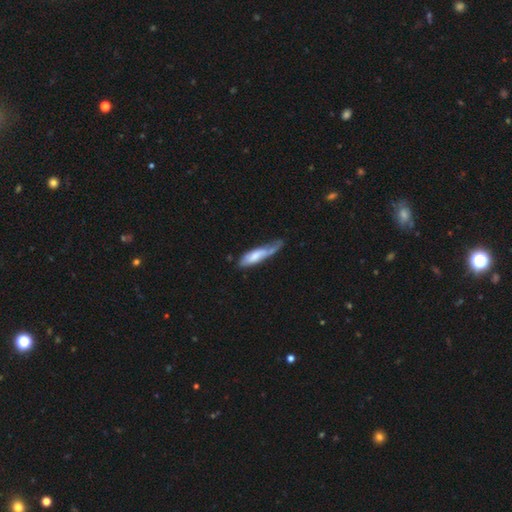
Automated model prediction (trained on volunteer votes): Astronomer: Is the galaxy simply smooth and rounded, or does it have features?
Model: smooth — 54% (runner-up: featured or disk, 40%).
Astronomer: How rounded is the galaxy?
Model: cigar-shaped — 58% (runner-up: in between, 41%).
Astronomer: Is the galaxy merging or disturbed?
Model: minor disturbance — 35% (runner-up: none, 30%).